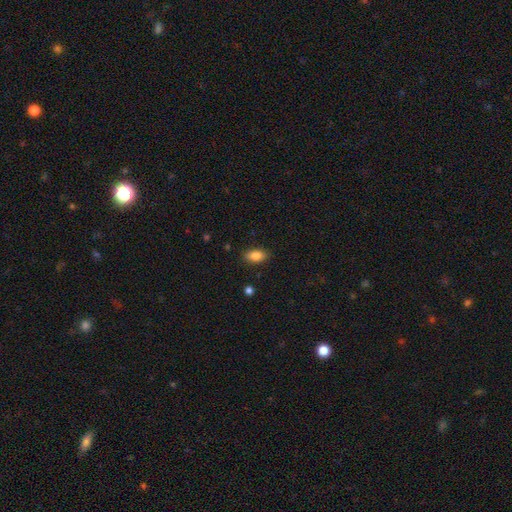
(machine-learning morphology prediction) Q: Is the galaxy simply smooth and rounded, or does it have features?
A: smooth — 84%.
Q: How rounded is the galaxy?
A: in between — 90%.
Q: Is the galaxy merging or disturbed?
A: none — 87%.